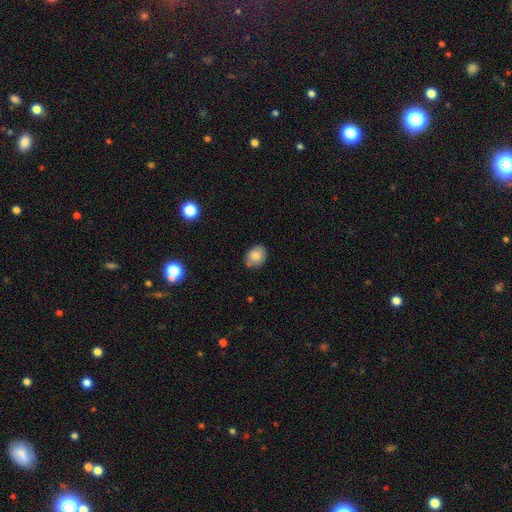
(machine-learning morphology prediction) A smooth galaxy with no disk features (82%) that is round (57%).

Vote fractions:
- Smooth or featured? smooth: 82% / star or artifact: 9% / featured or disk: 9%
- How rounded? round: 57% / in between: 42% / cigar-shaped: 1%
- Merging? none: 74% / minor disturbance: 17% / merger: 5% / major disturbance: 3%